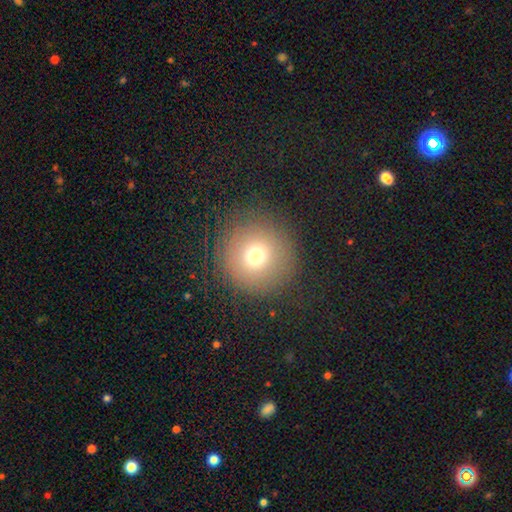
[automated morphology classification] This appears to be a smooth galaxy with no disk features (71%) that is round (95%). Merging: none (87%).